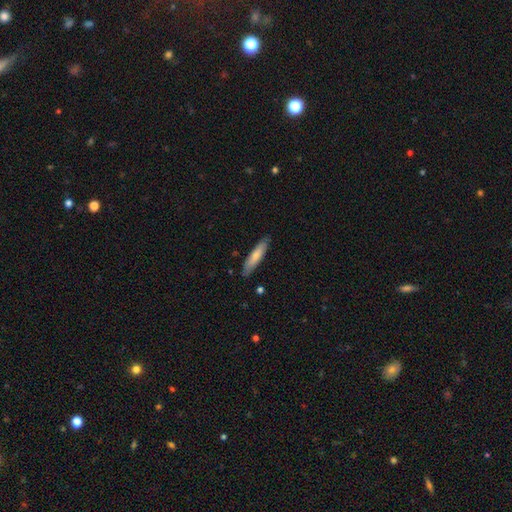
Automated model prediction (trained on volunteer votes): Morphology: type=smooth (69%); roundness=cigar-shaped (78%); merging=none (85%).